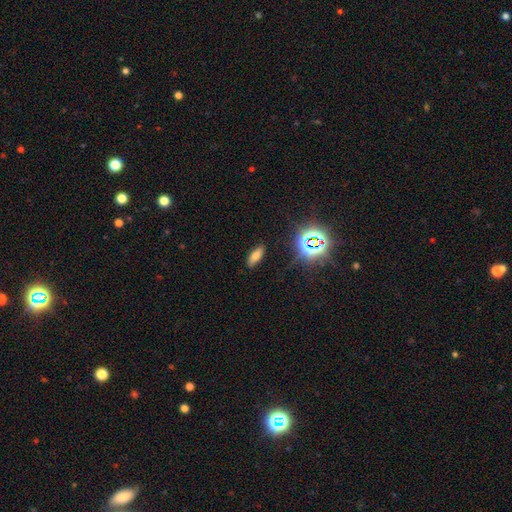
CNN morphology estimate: Q: Smooth or featured?
A: smooth (65%); runner-up: star or artifact (20%)
Q: How rounded?
A: in between (69%); runner-up: cigar-shaped (27%)
Q: Merging?
A: none (88%); runner-up: minor disturbance (9%)